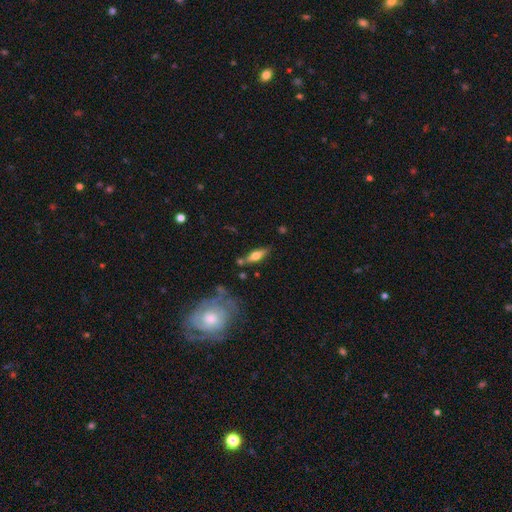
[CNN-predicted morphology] smooth-or-featured: featured or disk: 48% | smooth: 45% | star or artifact: 7%
  merging: none: 75% | minor disturbance: 15% | merger: 6% | major disturbance: 4%